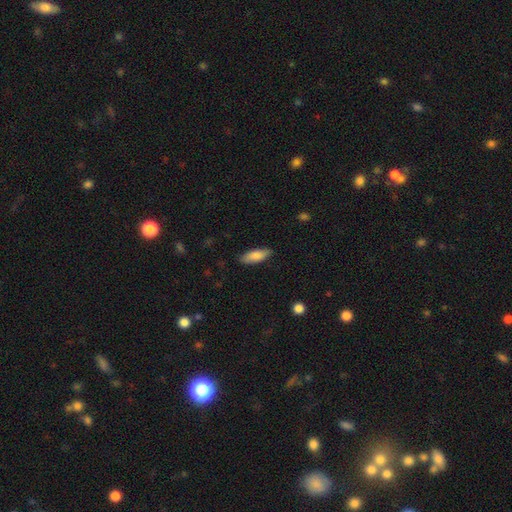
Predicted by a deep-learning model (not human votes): Smooth or featured?
  - smooth: 82% *
  - featured or disk: 12%
  - star or artifact: 6%
How rounded?
  - in between: 63% *
  - cigar-shaped: 35%
  - round: 2%
Merging?
  - none: 86% *
  - minor disturbance: 11%
  - major disturbance: 2%
  - merger: 1%